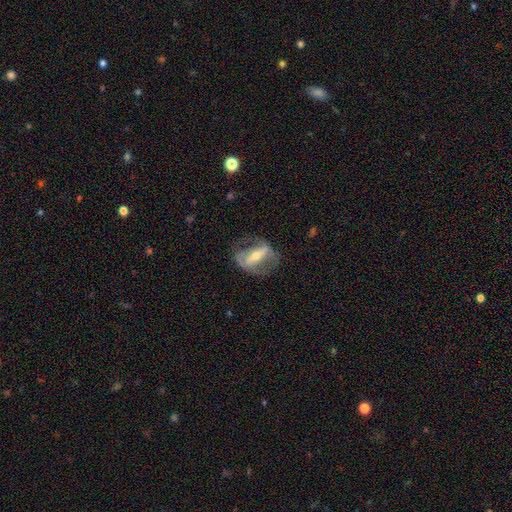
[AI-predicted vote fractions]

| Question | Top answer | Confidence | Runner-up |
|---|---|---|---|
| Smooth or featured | featured or disk | 75% | smooth (19%) |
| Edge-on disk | no | 86% | yes (14%) |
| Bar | strong | 68% | weak (20%) |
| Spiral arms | yes | 58% | no (42%) |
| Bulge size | small | 47% | moderate (46%) |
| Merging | none | 60% | minor disturbance (19%) |